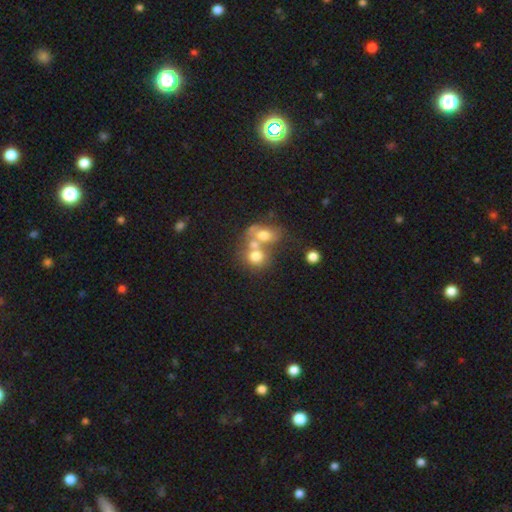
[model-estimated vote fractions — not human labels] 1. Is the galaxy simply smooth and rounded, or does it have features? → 65% smooth, 23% featured or disk, 12% star or artifact.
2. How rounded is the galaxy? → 60% round, 39% in between, 1% cigar-shaped.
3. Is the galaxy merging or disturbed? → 61% merger, 25% none, 8% minor disturbance, 7% major disturbance.